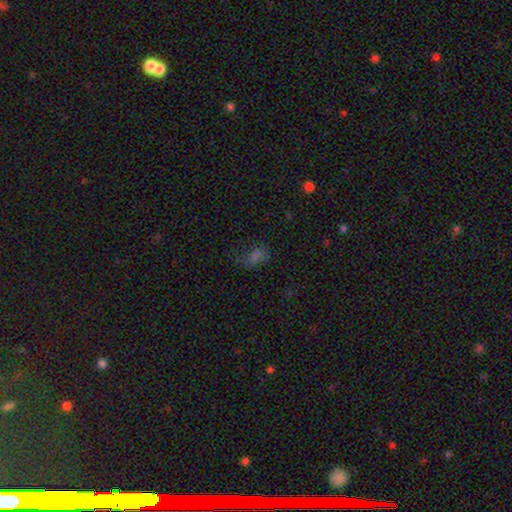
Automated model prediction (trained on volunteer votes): The model was most divided on "smooth or featured": smooth: 56%, star or artifact: 31%, featured or disk: 14%. More confident: how rounded — in between (78%); merging — none (51%).